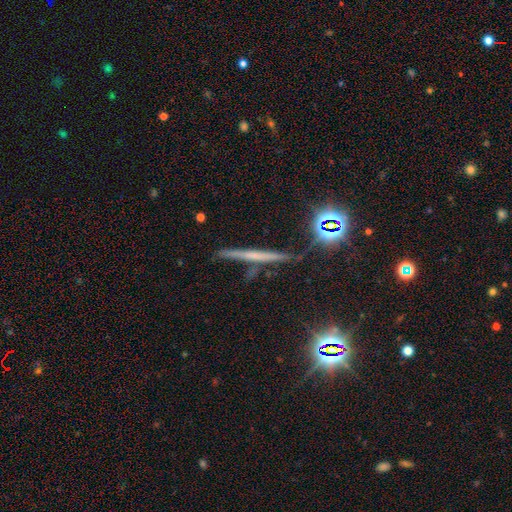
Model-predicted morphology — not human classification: A featured or disk galaxy (43%).

Vote fractions:
- Smooth or featured? featured or disk: 43% / smooth: 35% / star or artifact: 22%
- Merging? none: 84% / minor disturbance: 10% / merger: 3% / major disturbance: 3%